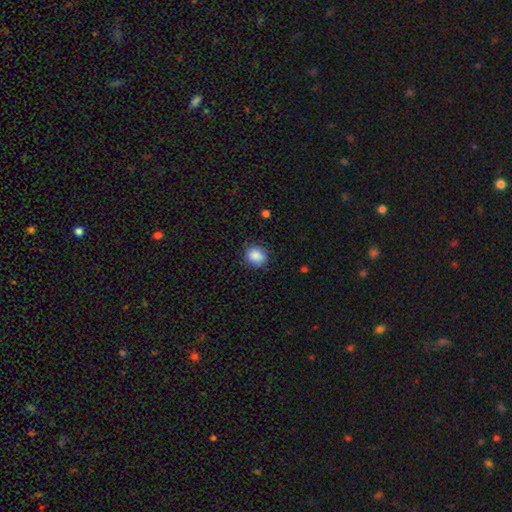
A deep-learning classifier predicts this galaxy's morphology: The model was most divided on "how rounded": round: 74%, in between: 25%, cigar-shaped: 1%. More confident: smooth or featured — smooth (87%); merging — none (82%).